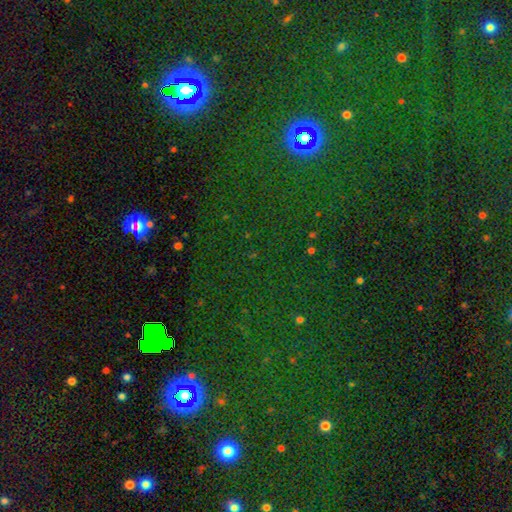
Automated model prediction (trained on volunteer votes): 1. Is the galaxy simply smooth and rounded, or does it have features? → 76% star or artifact, 16% smooth, 8% featured or disk.